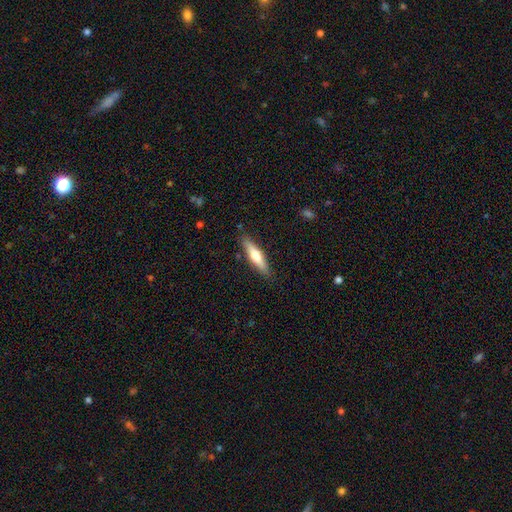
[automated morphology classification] Q: Smooth or featured?
A: smooth (51%); runner-up: featured or disk (44%)
Q: How rounded?
A: cigar-shaped (77%); runner-up: in between (21%)
Q: Merging?
A: none (87%); runner-up: minor disturbance (9%)